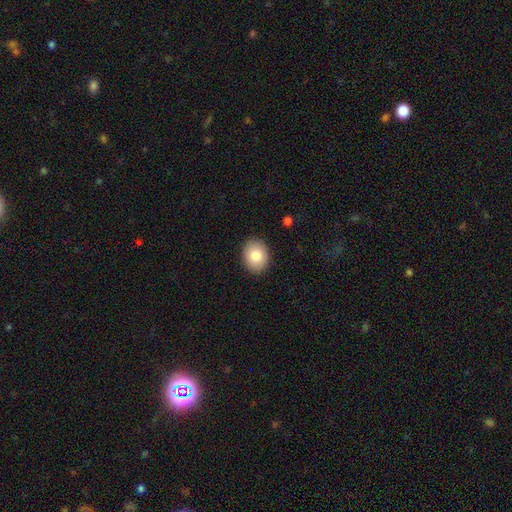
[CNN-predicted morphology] smooth_or_featured: smooth (p=0.84) [alt: featured or disk p=0.08]
how_rounded: in between (p=0.54) [alt: round p=0.46]
merging: none (p=0.90) [alt: minor disturbance p=0.07]